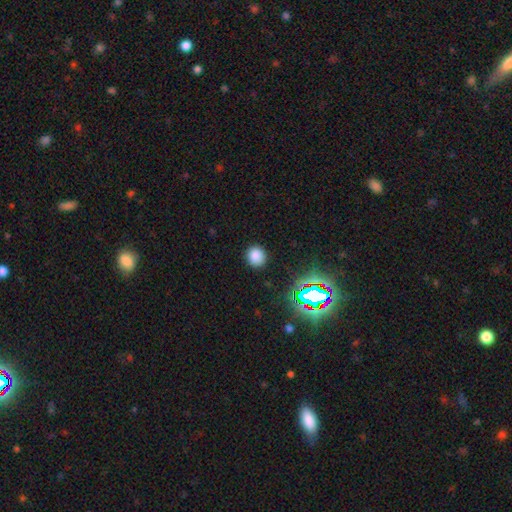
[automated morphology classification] A smooth galaxy with no disk features (79%) that is round (86%).

Vote fractions:
- Smooth or featured? smooth: 79% / star or artifact: 17% / featured or disk: 4%
- How rounded? round: 86% / in between: 13% / cigar-shaped: 1%
- Merging? none: 89% / minor disturbance: 7% / major disturbance: 2% / merger: 1%